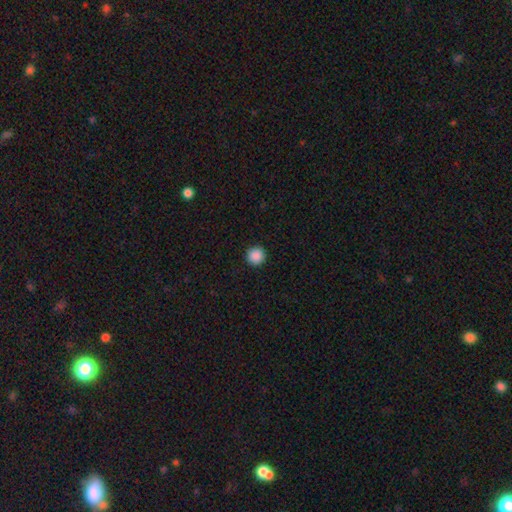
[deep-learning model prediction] Smooth or featured? Predicted: smooth (p=0.89). How rounded? Predicted: round (p=0.95). Merging? Predicted: none (p=0.93).